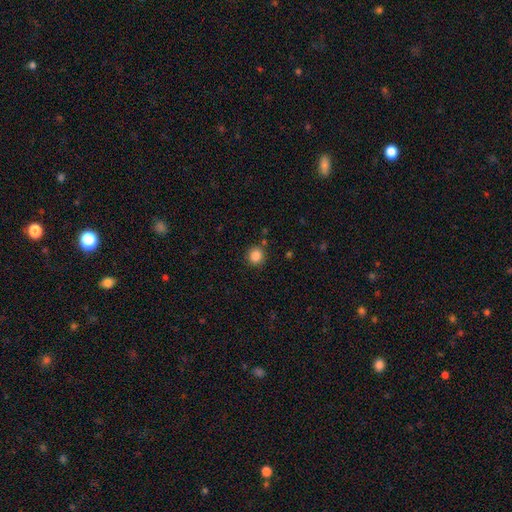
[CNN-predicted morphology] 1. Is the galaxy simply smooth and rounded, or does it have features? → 85% smooth, 11% star or artifact, 4% featured or disk.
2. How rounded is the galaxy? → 88% round, 11% in between, 1% cigar-shaped.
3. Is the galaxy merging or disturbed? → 86% none, 8% minor disturbance, 3% merger, 3% major disturbance.